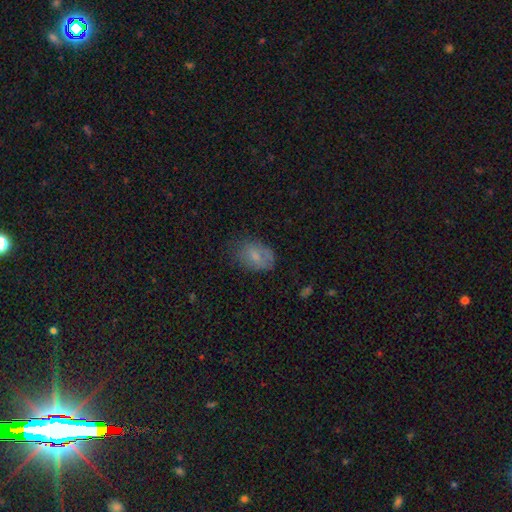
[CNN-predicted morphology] Smooth or featured? Predicted: smooth (p=0.71). How rounded? Predicted: in between (p=0.83). Merging? Predicted: none (p=0.61).